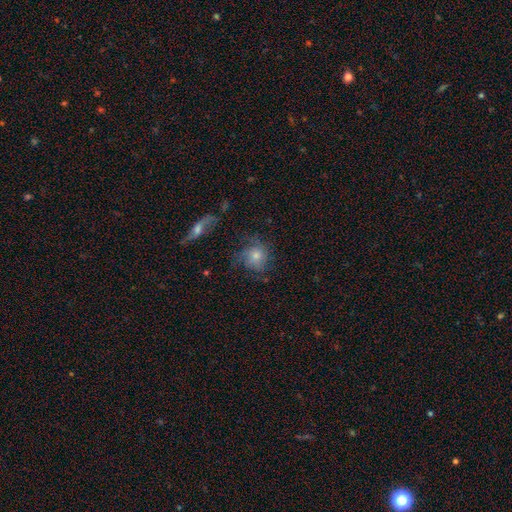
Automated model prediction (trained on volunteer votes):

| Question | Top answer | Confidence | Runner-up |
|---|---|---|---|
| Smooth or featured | featured or disk | 50% | smooth (36%) |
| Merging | none | 63% | minor disturbance (19%) |